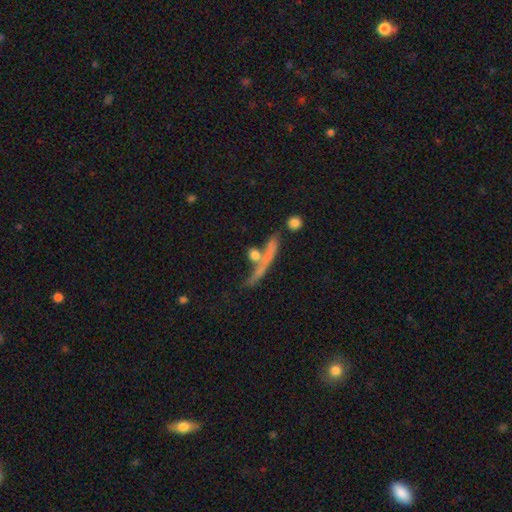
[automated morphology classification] Smooth or featured? Predicted: smooth (p=0.58). How rounded? Predicted: cigar-shaped (p=0.51). Merging? Predicted: none (p=0.48).